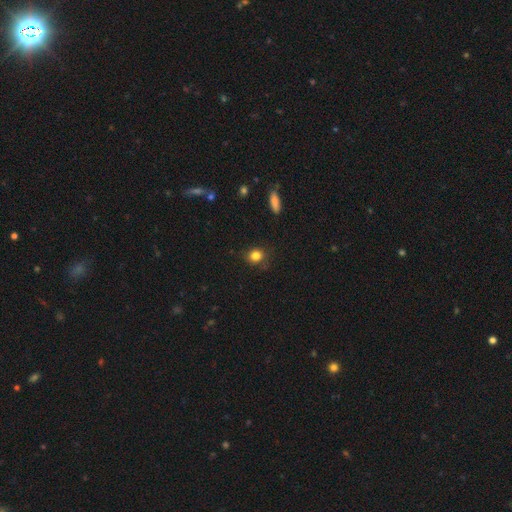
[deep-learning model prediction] Smooth or featured?
  - smooth: 83% *
  - star or artifact: 11%
  - featured or disk: 6%
How rounded?
  - round: 75% *
  - in between: 24%
  - cigar-shaped: 1%
Merging?
  - none: 79% *
  - minor disturbance: 15%
  - major disturbance: 4%
  - merger: 2%